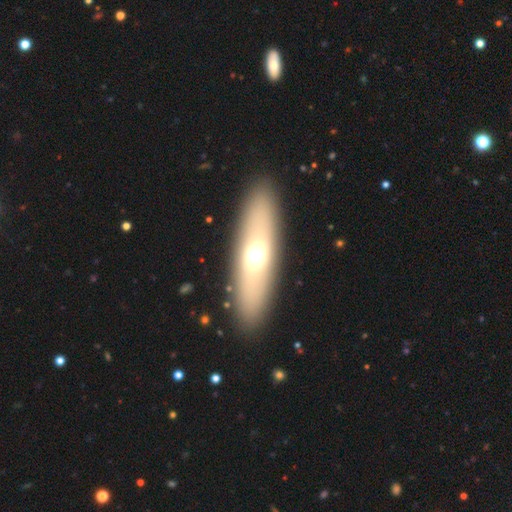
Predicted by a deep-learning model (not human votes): This appears to be a smooth galaxy with no disk features (56%) that is cigar-shaped (51%). Merging: none (89%).